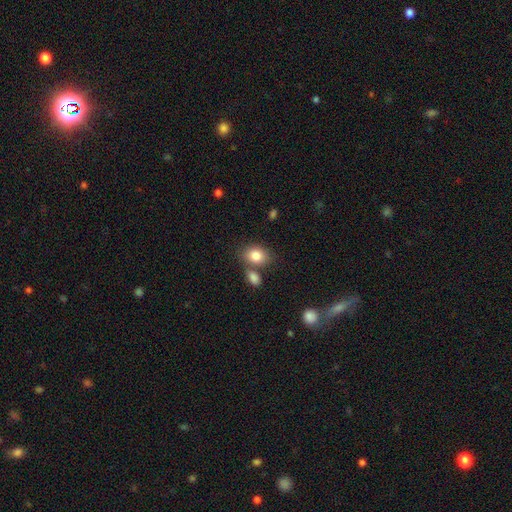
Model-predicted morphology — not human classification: This is clearly a smooth galaxy (84%). How rounded: likely in between (68%). Merging: possibly none (58%).